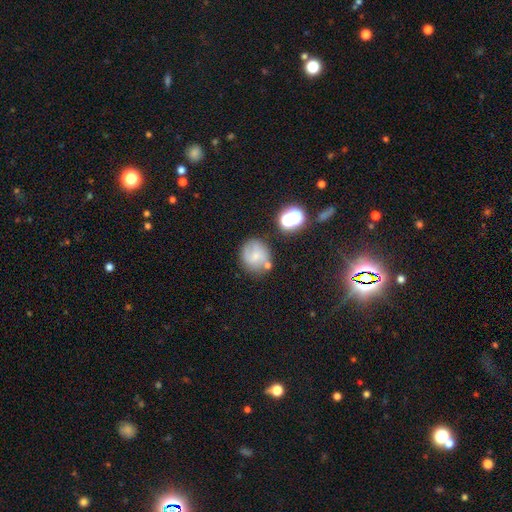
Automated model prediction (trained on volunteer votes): smooth_or_featured: smooth (p=0.51) [alt: featured or disk p=0.36]
how_rounded: round (p=0.83) [alt: in between p=0.16]
merging: none (p=0.64) [alt: minor disturbance p=0.19]